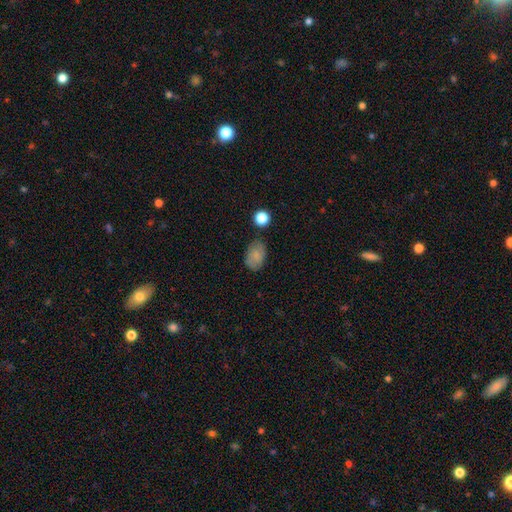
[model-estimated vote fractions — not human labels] This appears to be a smooth galaxy with no disk features (78%) that is in between round and cigar-shaped (84%). Merging: none (77%).